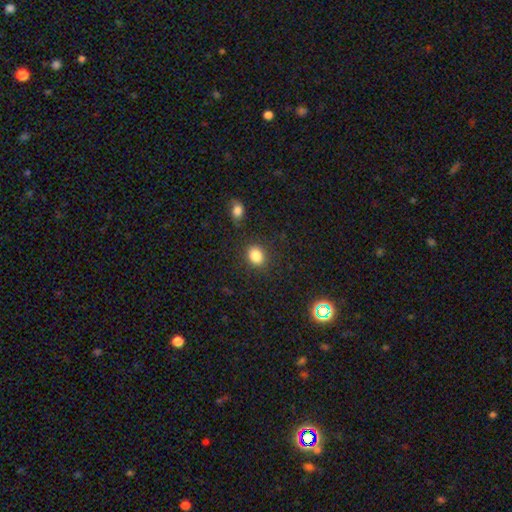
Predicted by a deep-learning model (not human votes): Overall: smooth (84%). How rounded: round (55%; in between 44%). Merging: none (84%).